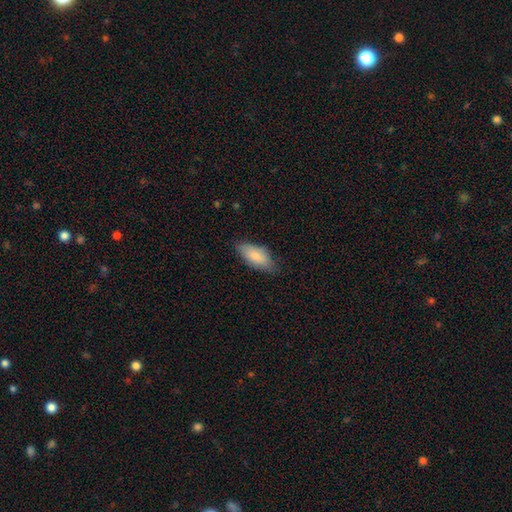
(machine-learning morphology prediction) Smooth or featured? Predicted: smooth (p=0.83). How rounded? Predicted: in between (p=0.87). Merging? Predicted: none (p=0.74).